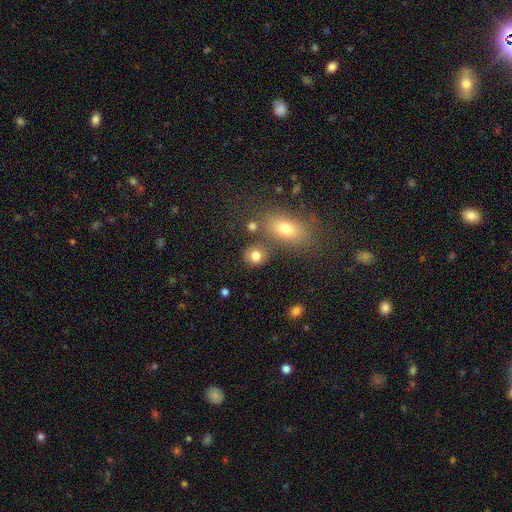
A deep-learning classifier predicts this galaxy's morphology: A smooth galaxy with no disk features (80%) that is round (73%).

Vote fractions:
- Smooth or featured? smooth: 80% / star or artifact: 12% / featured or disk: 8%
- How rounded? round: 73% / in between: 25% / cigar-shaped: 2%
- Merging? none: 70% / merger: 14% / minor disturbance: 11% / major disturbance: 5%